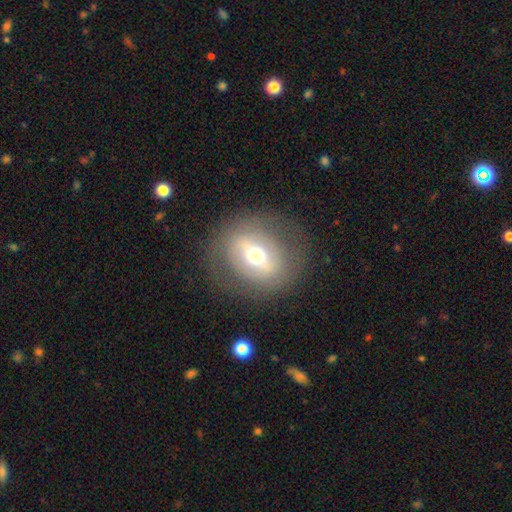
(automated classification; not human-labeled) Smooth or featured: featured or disk — 54% (smooth — 37%)
Edge-on disk: no — 85% (yes — 15%)
Merging: none — 79% (minor disturbance — 12%)